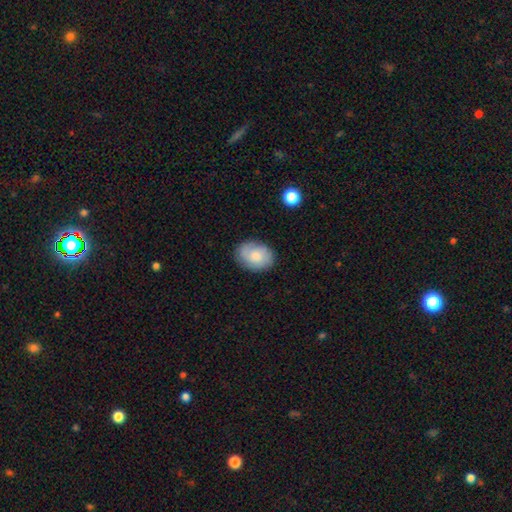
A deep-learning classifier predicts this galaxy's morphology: This is likely a smooth galaxy (64%). How rounded: likely in between (70%). Merging: clearly none (81%).